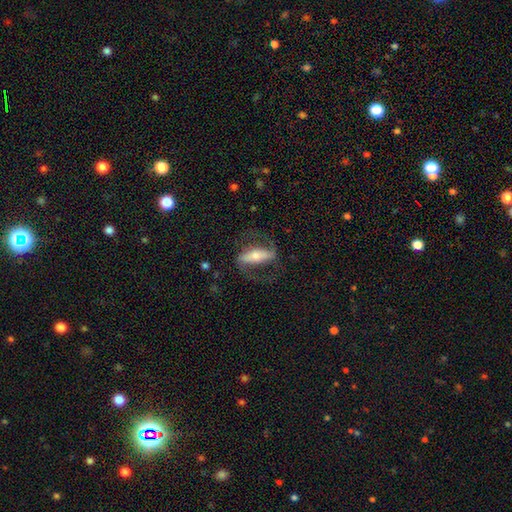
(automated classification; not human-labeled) smooth-or-featured: featured or disk: 76% | smooth: 18% | star or artifact: 6%
  disk-edge-on: no: 85% | yes: 15%
    bar: strong: 66% | weak: 18% | no: 16%
    has-spiral-arms: yes: 87% | no: 13%
      spiral-winding: medium: 45% | loose: 39% | tight: 16%
      spiral-arm-count: 2: 89% | can't tell: 4% | 1: 4% | 3: 1% | 4: 1% | more than 4: 1%
    bulge-size: small: 45% | moderate: 44% | large: 7% | none: 2% | dominant: 2%
  merging: none: 71% | minor disturbance: 14% | major disturbance: 14% | merger: 2%